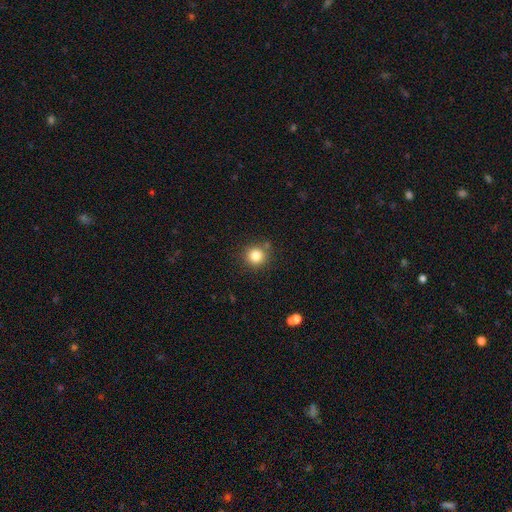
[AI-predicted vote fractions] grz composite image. It shows a smooth galaxy with no disk features (82%) that is round (93%). Merging: none (84%).